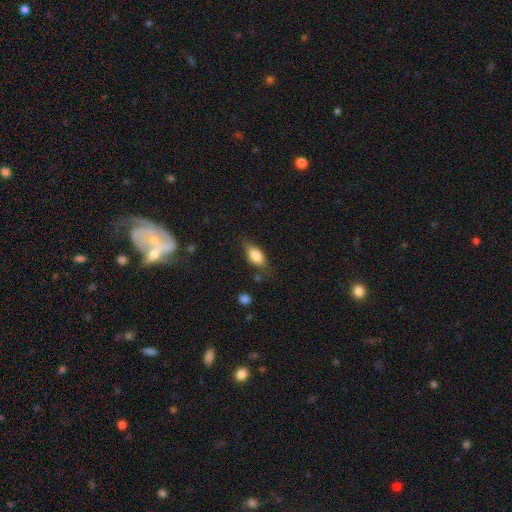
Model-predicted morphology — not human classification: Smooth or featured? smooth (80%)
How rounded? in between (86%)
Merging? none (69%)